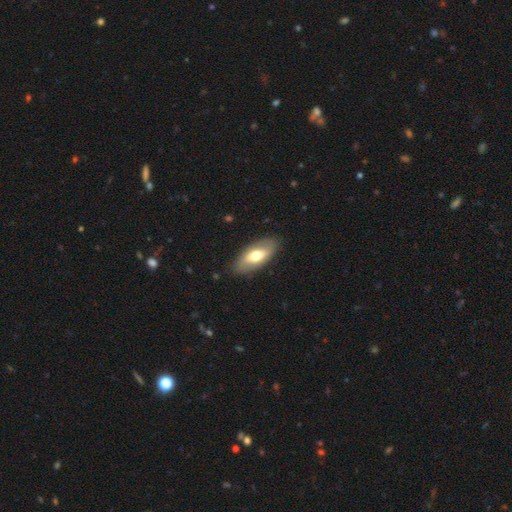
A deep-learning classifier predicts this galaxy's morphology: A smooth galaxy with no disk features (55%) that is in between round and cigar-shaped (88%). Merging: none (84%).